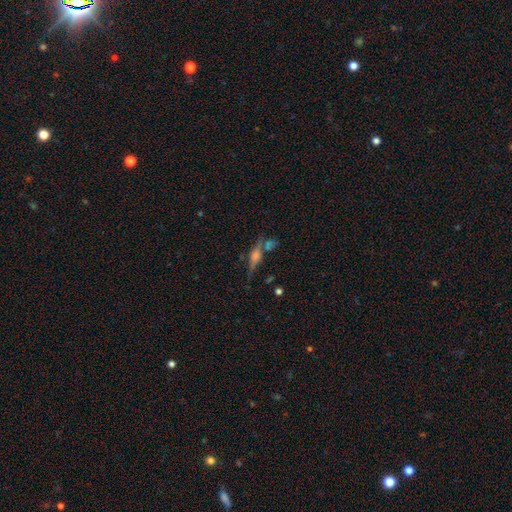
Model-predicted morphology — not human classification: Overall: featured or disk (64%). Edge-on disk: yes (89%). Edge-on bulge: rounded (80%). Merging: none (61%).